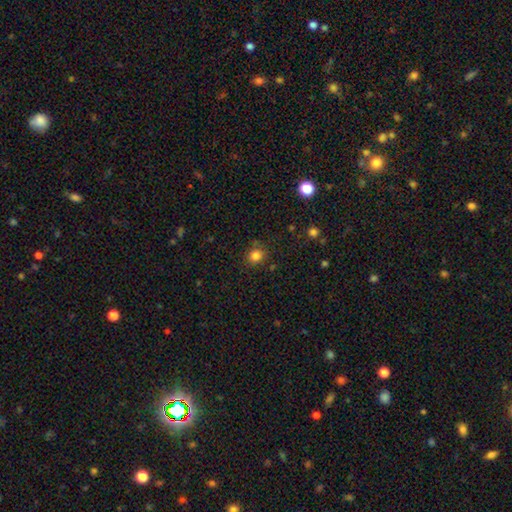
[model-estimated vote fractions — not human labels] smooth 83%, star or artifact 13%, featured or disk 5%. Down the decision tree: how rounded — round (78%); merging — none (82%).